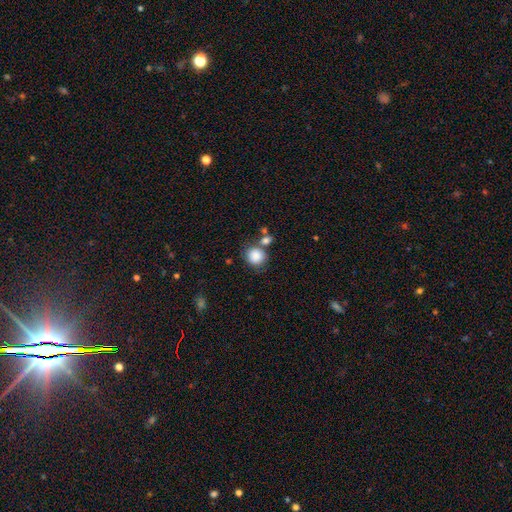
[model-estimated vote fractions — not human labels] This is clearly a smooth galaxy (86%). How rounded: clearly round (86%). Merging: likely none (63%).